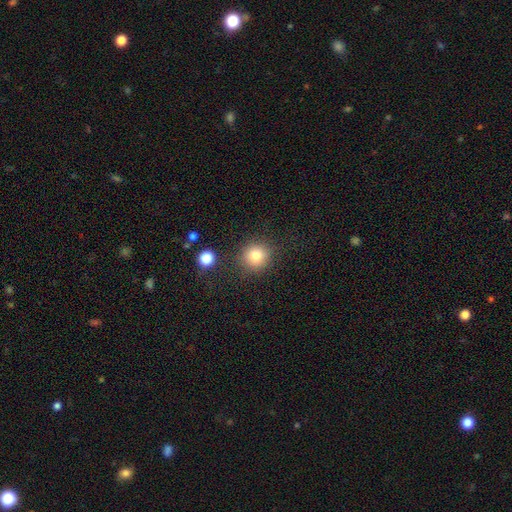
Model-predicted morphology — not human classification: Overall: smooth (80%). How rounded: round (90%). Merging: none (84%).